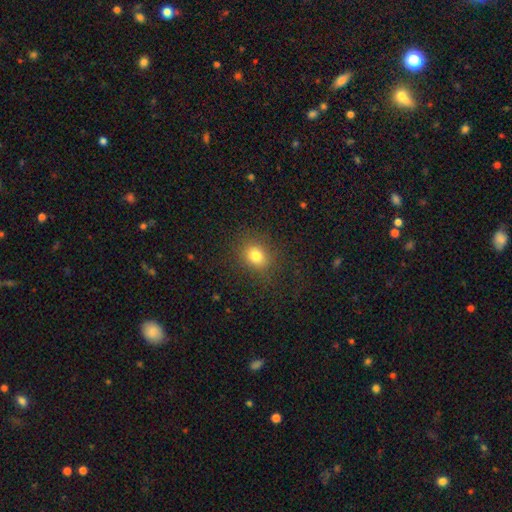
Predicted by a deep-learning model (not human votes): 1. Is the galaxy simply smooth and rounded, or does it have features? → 79% smooth, 13% star or artifact, 7% featured or disk.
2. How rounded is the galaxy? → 56% round, 43% in between, 1% cigar-shaped.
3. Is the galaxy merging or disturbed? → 84% none, 10% minor disturbance, 5% major disturbance, 1% merger.